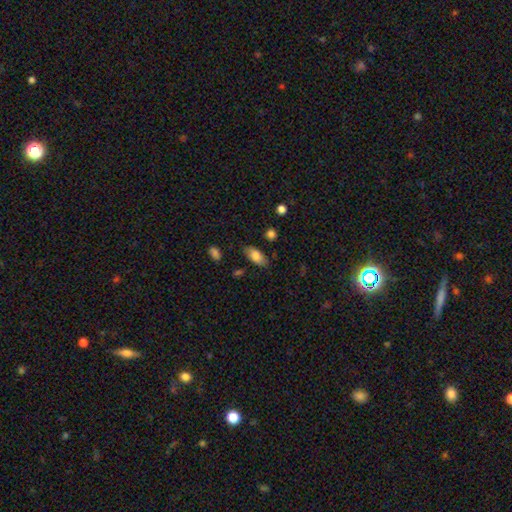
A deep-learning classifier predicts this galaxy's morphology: smooth_or_featured: smooth (p=0.80) [alt: featured or disk p=0.13]
how_rounded: in between (p=0.89) [alt: cigar-shaped p=0.07]
merging: none (p=0.79) [alt: minor disturbance p=0.16]